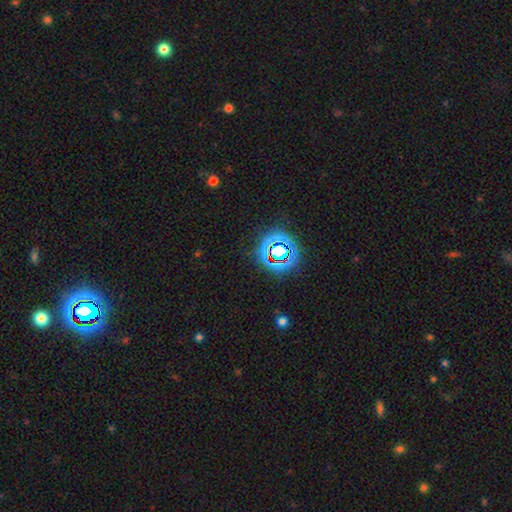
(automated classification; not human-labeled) smooth_or_featured: star or artifact (p=0.63) [alt: smooth p=0.27]